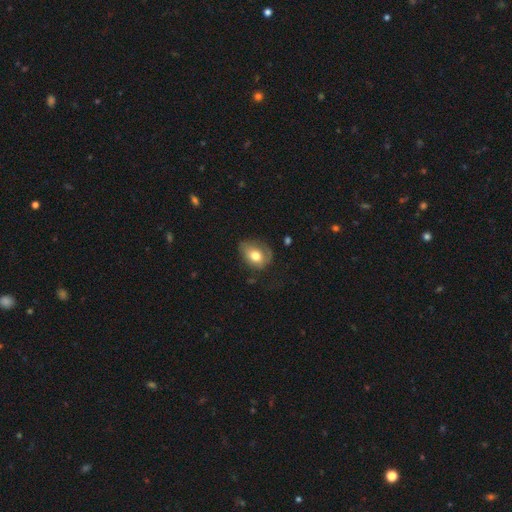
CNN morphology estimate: type=smooth (69%); roundness=in between (70%); merging=none (48%).